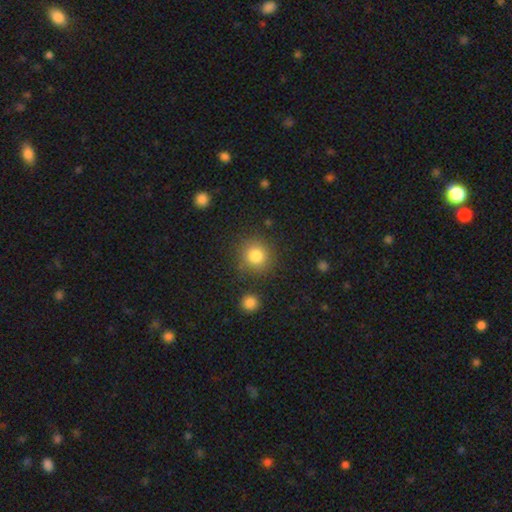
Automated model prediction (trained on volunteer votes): Morphology: type=smooth (82%); roundness=round (90%); merging=none (84%).